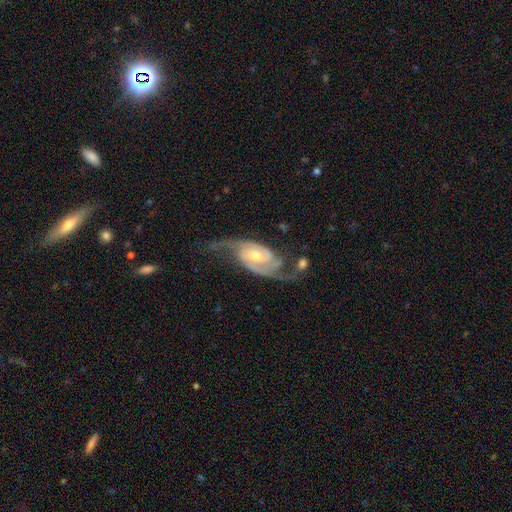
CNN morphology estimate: featured or disk 91%, star or artifact 4%, smooth 4%. Down the decision tree: edge-on disk — no (96%); bar — no (46%); spiral arms — yes (98%); spiral arm count — 2 (87%); spiral winding — medium (49%); bulge size — moderate (58%); merging — none (61%).